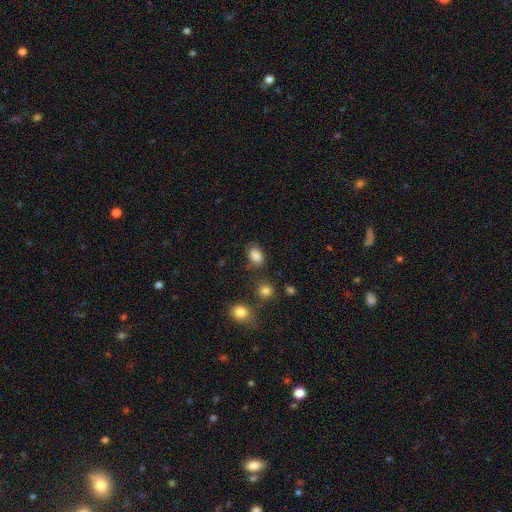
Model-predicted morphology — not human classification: Smooth or featured: smooth — 85% (star or artifact — 10%)
How rounded: in between — 85% (round — 13%)
Merging: none — 74% (minor disturbance — 16%)